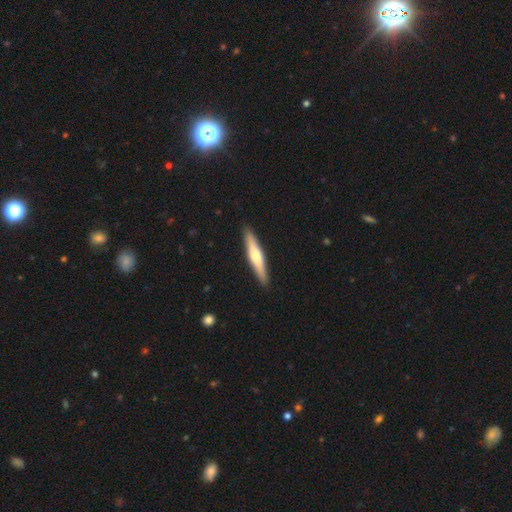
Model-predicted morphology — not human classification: This appears to be a featured or disk galaxy (48%). Merging: none (91%).